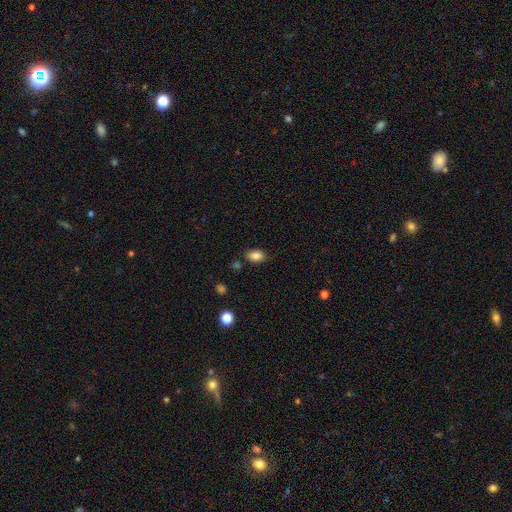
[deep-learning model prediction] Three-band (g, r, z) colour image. It shows a smooth galaxy with no disk features (86%) that is in between round and cigar-shaped (86%). Merging: none (81%).